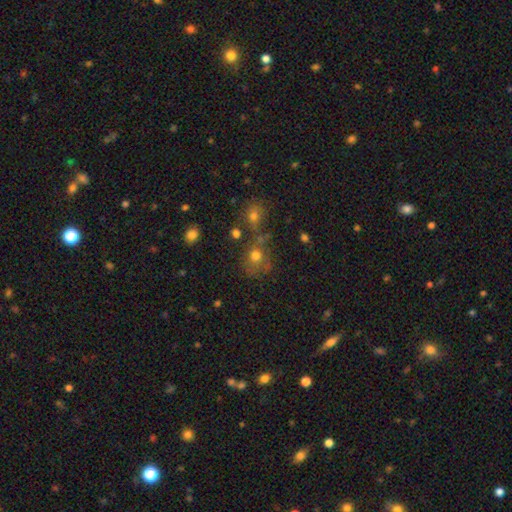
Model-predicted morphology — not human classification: A smooth galaxy with no disk features (69%) that is round (77%).

Vote fractions:
- Smooth or featured? smooth: 69% / star or artifact: 17% / featured or disk: 14%
- How rounded? round: 77% / in between: 22% / cigar-shaped: 1%
- Merging? none: 51% / merger: 21% / minor disturbance: 17% / major disturbance: 12%